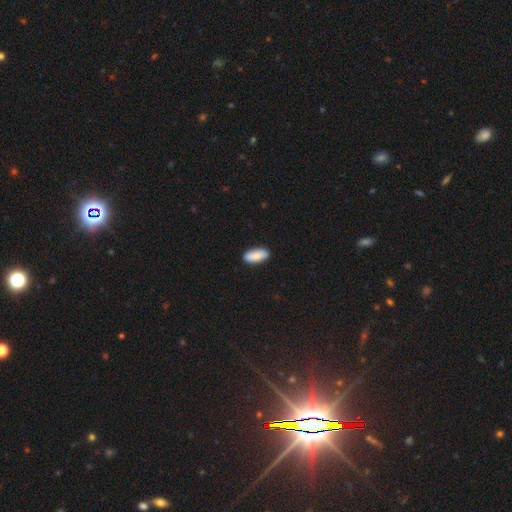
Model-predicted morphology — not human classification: This appears to be a smooth galaxy with no disk features (87%) that is in between round and cigar-shaped (82%). Merging: none (90%).